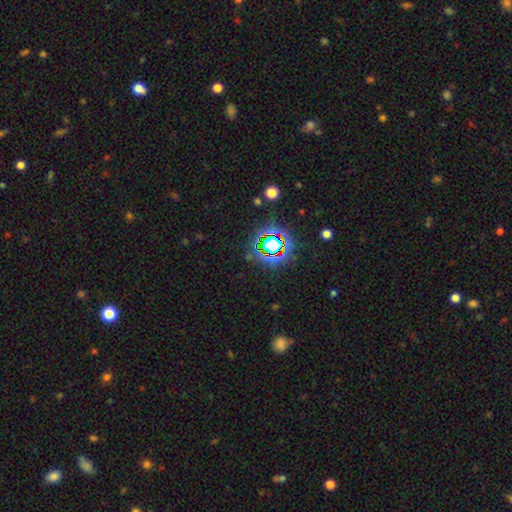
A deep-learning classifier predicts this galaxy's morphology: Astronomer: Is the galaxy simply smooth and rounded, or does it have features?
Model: star or artifact — 63%.